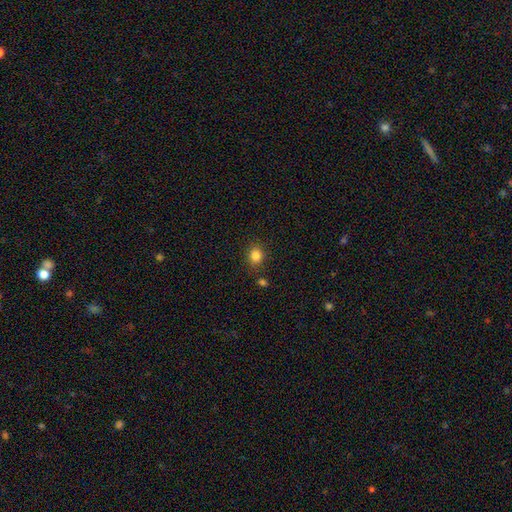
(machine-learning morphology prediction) smooth-or-featured: smooth: 84% | star or artifact: 12% | featured or disk: 5%
  how-rounded: round: 74% | in between: 25% | cigar-shaped: 1%
  merging: none: 84% | minor disturbance: 10% | merger: 4% | major disturbance: 3%